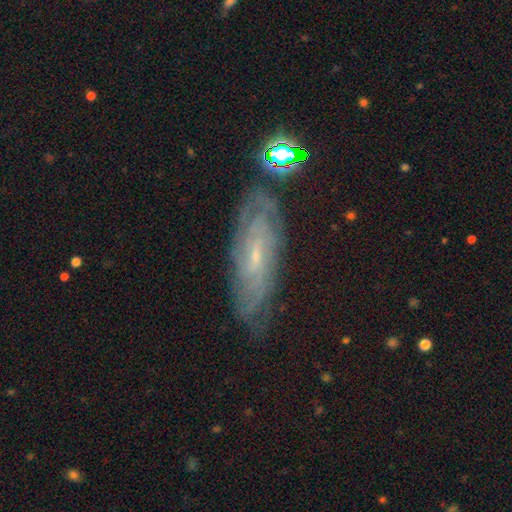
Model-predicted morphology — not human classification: smooth-or-featured: featured or disk: 72% | smooth: 18% | star or artifact: 10%
  disk-edge-on: no: 81% | yes: 19%
    bar: no: 44% (tied) | weak: 44% (tied) | strong: 12%
    has-spiral-arms: yes: 88% | no: 12%
      spiral-winding: tight: 66% | medium: 27% | loose: 7%
      spiral-arm-count: can't tell: 61% | 2: 14% | 3: 8% | 4: 8% | more than 4: 5% | 1: 4%
    bulge-size: small: 75% | moderate: 17% | none: 6% | large: 1% | dominant: 1%
  merging: none: 75% | minor disturbance: 17% | major disturbance: 5% | merger: 2%